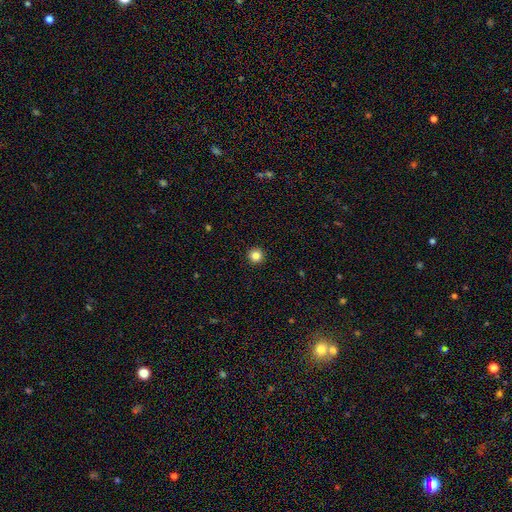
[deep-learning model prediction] smooth_or_featured: smooth (p=0.83) [alt: star or artifact p=0.12]
how_rounded: round (p=0.96) [alt: in between p=0.03]
merging: none (p=0.94) [alt: minor disturbance p=0.04]